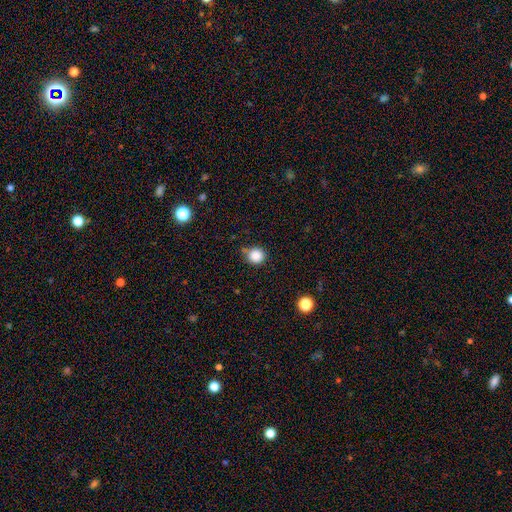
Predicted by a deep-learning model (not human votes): The model was most divided on "merging": none: 75%, minor disturbance: 16%, merger: 6%, major disturbance: 4%. More confident: how rounded — round (92%); smooth or featured — smooth (86%).